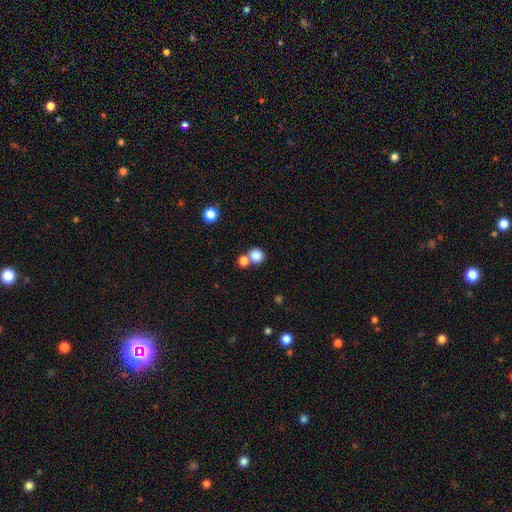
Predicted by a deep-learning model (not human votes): smooth 83%, star or artifact 11%, featured or disk 5%. Down the decision tree: how rounded — round (88%); merging — none (56%).